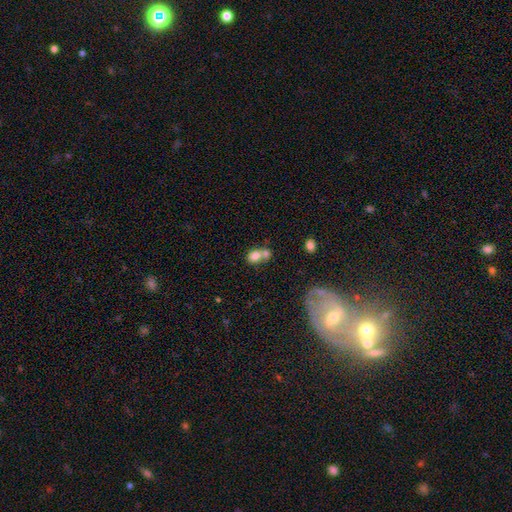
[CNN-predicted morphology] This is likely a smooth galaxy (76%). How rounded: possibly in between (51%). Merging: possibly merger (56%).